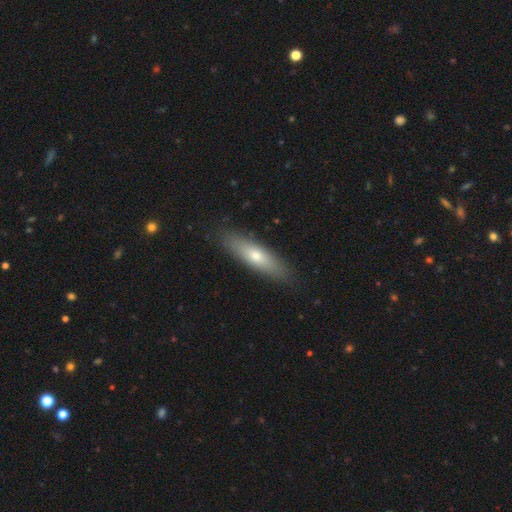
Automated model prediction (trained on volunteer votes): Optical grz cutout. It shows a smooth galaxy with no disk features (63%) that is cigar-shaped (68%). Merging: none (88%).